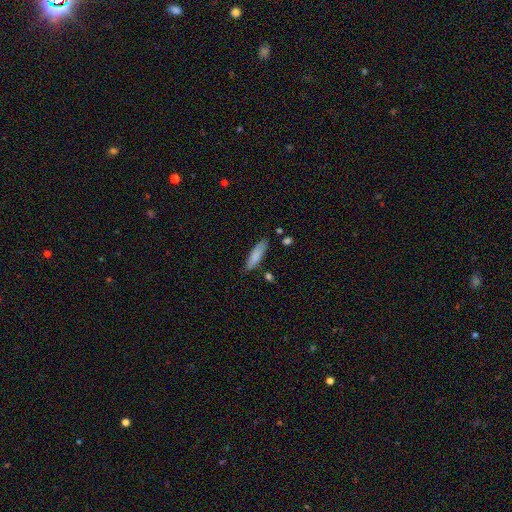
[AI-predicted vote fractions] Q: Smooth or featured?
A: smooth (85%); runner-up: featured or disk (9%)
Q: How rounded?
A: cigar-shaped (58%); runner-up: in between (41%)
Q: Merging?
A: none (78%); runner-up: minor disturbance (16%)